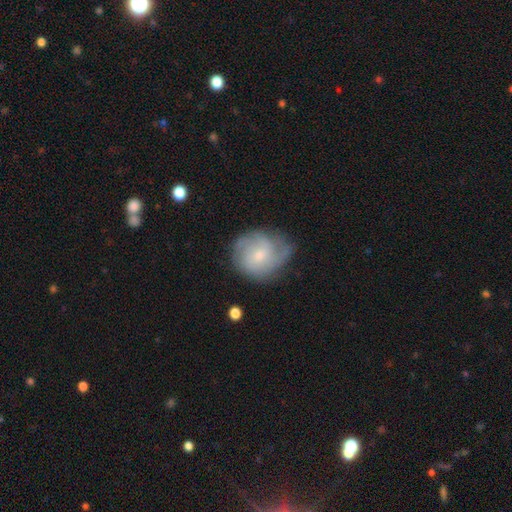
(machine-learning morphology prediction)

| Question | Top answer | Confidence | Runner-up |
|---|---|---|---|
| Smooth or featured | featured or disk | 57% | smooth (35%) |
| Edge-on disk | no | 97% | yes (3%) |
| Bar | no | 63% | weak (33%) |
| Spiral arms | yes | 86% | no (14%) |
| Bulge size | small | 58% | moderate (35%) |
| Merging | none | 62% | minor disturbance (26%) |